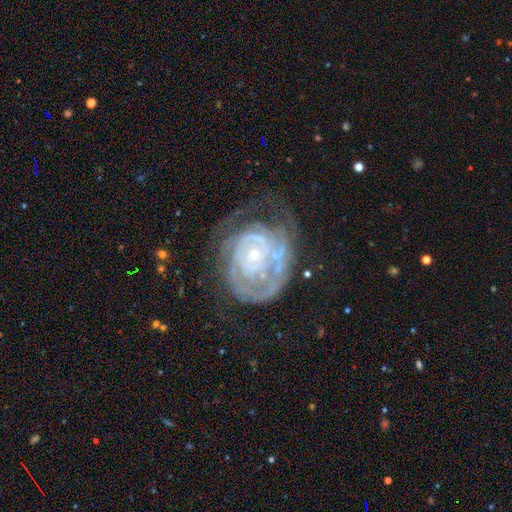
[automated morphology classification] Overall: featured or disk (85%). Edge-on disk: no (97%). Bar: no (80%). Spiral arms: yes (89%). Spiral arm count: can't tell (39%; 2 23%). Spiral winding: tight (72%). Bulge size: small (81%). Merging: none (47%; major disturbance 27%).